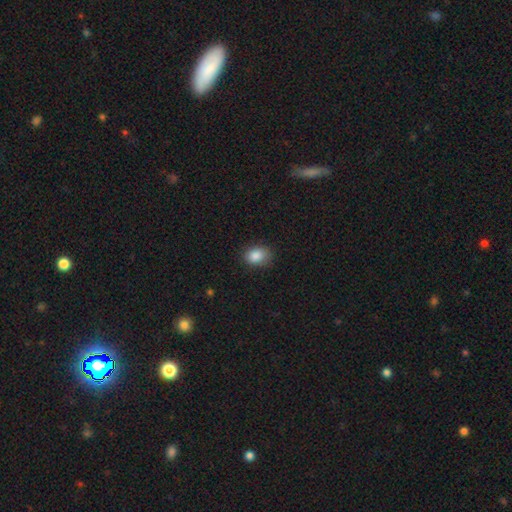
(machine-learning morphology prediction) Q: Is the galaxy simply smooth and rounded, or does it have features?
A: smooth — 86%.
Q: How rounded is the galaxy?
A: in between — 64%.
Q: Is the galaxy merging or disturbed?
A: none — 79%.